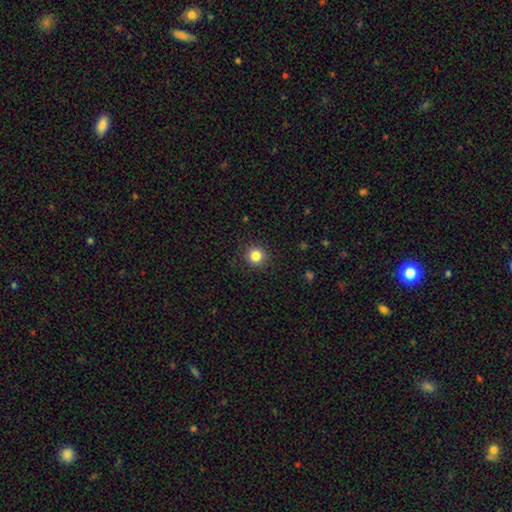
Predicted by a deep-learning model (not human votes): A smooth galaxy with no disk features (83%) that is round (94%).

Vote fractions:
- Smooth or featured? smooth: 83% / star or artifact: 11% / featured or disk: 5%
- How rounded? round: 94% / in between: 5% / cigar-shaped: 1%
- Merging? none: 91% / minor disturbance: 6% / major disturbance: 2% / merger: 1%